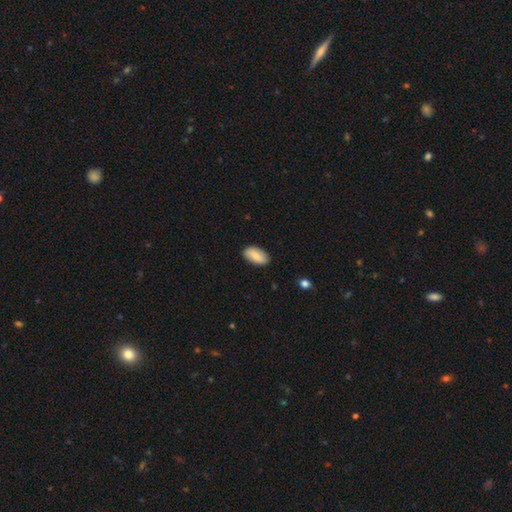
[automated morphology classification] Smooth or featured? Predicted: smooth (p=0.74). How rounded? Predicted: in between (p=0.93). Merging? Predicted: none (p=0.87).